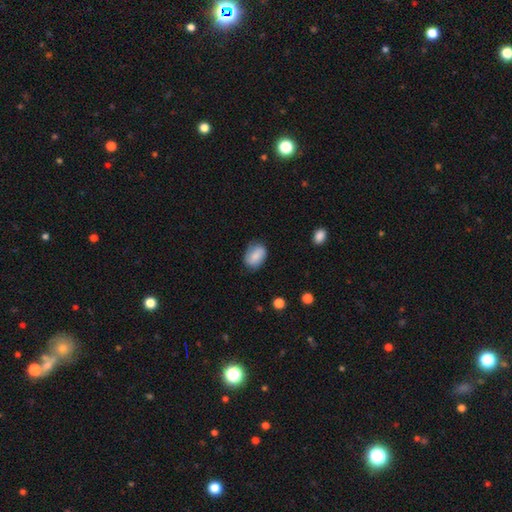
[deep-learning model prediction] Smooth or featured?
  - smooth: 78% *
  - featured or disk: 15%
  - star or artifact: 7%
How rounded?
  - in between: 78% *
  - round: 21%
  - cigar-shaped: 1%
Merging?
  - none: 71% *
  - minor disturbance: 22%
  - major disturbance: 5%
  - merger: 1%